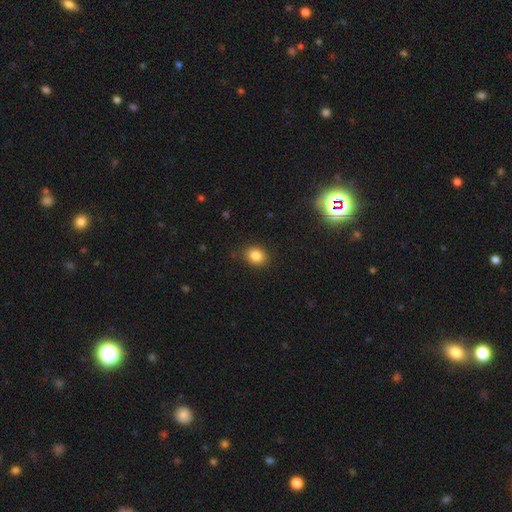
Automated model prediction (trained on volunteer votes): This appears to be a smooth galaxy with no disk features (84%) that is round (51%). Merging: none (85%).